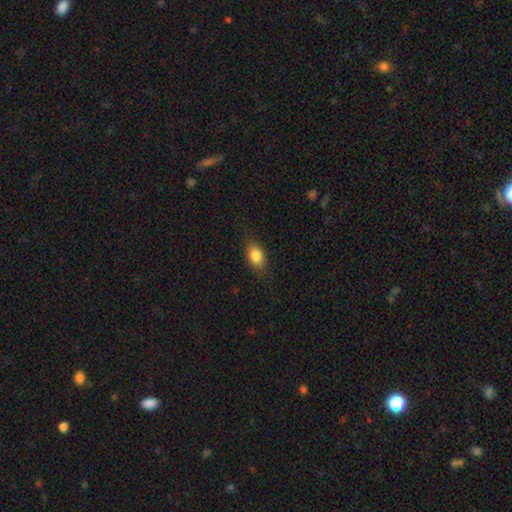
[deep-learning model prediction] A smooth galaxy with no disk features (84%) that is in between round and cigar-shaped (83%). Merging: none (82%).